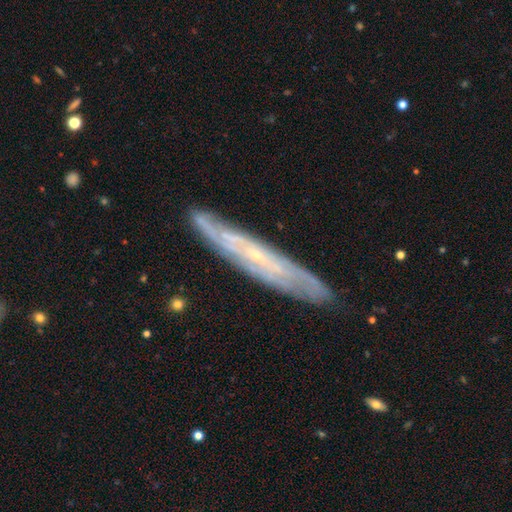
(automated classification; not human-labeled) Overall: featured or disk (77%). Edge-on disk: yes (55%; no 45%). Merging: none (84%).